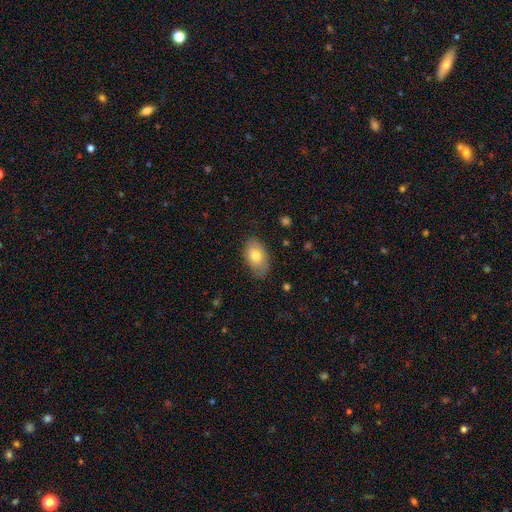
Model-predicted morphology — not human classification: type=smooth (74%); roundness=in between (92%); merging=none (76%).